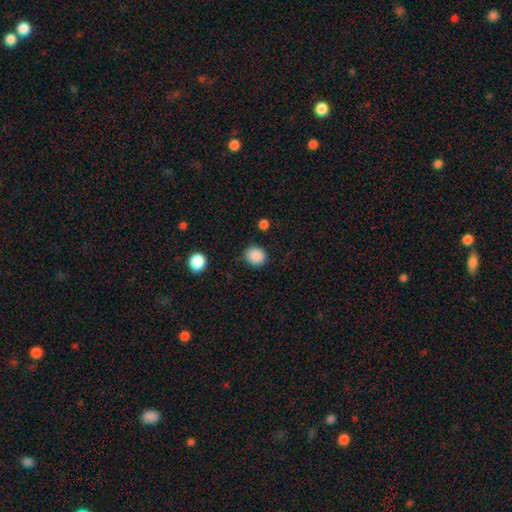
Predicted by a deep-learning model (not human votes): The model was most divided on "how rounded": round: 77%, in between: 22%, cigar-shaped: 1%. More confident: smooth or featured — smooth (88%); merging — none (83%).